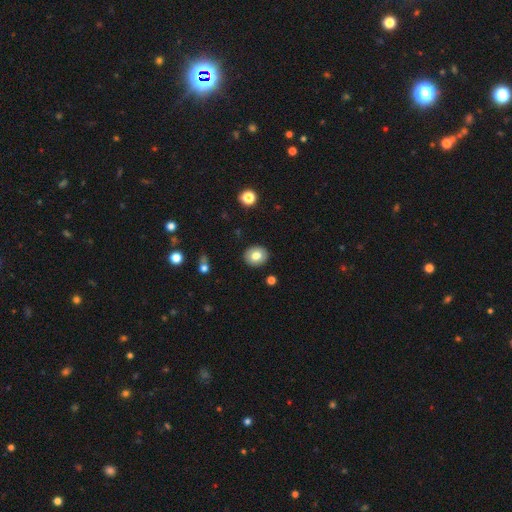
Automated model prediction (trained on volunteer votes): smooth-or-featured: smooth: 79% | featured or disk: 13% | star or artifact: 8%
  how-rounded: round: 70% | in between: 29% | cigar-shaped: 1%
  merging: none: 90% | minor disturbance: 7% | major disturbance: 2% | merger: 1%